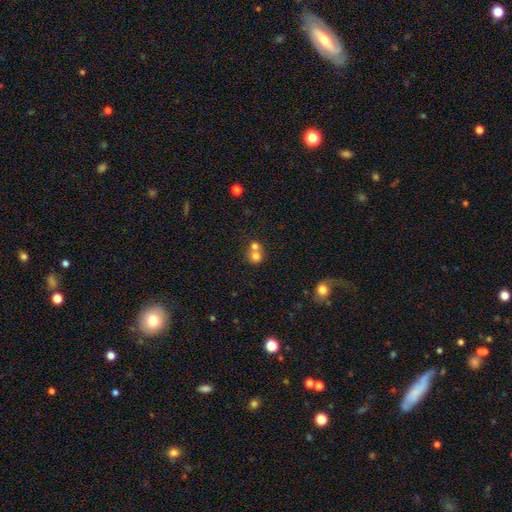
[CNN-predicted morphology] type=smooth (74%); roundness=round (83%); merging=merger (58%).